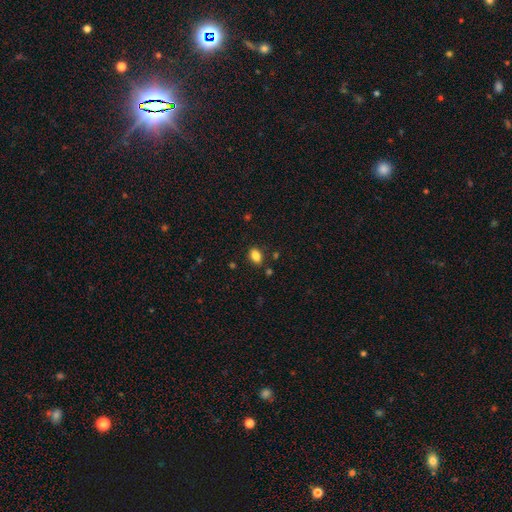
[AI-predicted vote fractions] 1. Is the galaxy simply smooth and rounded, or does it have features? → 85% smooth, 10% star or artifact, 5% featured or disk.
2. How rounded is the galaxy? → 79% in between, 20% round, 1% cigar-shaped.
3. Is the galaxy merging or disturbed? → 85% none, 10% minor disturbance, 3% merger, 3% major disturbance.